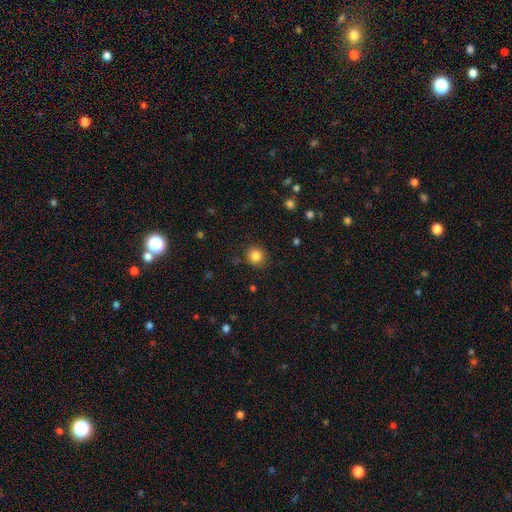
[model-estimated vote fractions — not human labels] The model was most divided on "smooth or featured": smooth: 84%, star or artifact: 11%, featured or disk: 5%. More confident: how rounded — round (92%); merging — none (89%).